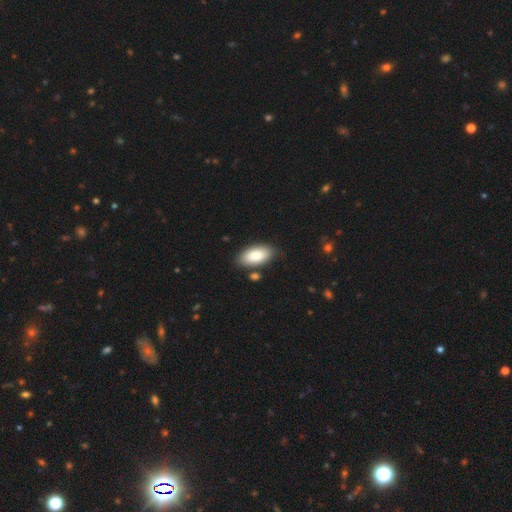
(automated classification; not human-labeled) A smooth galaxy with no disk features (86%) that is in between round and cigar-shaped (94%).

Vote fractions:
- Smooth or featured? smooth: 86% / featured or disk: 8% / star or artifact: 6%
- How rounded? in between: 94% / cigar-shaped: 4% / round: 2%
- Merging? none: 82% / minor disturbance: 11% / merger: 5% / major disturbance: 3%